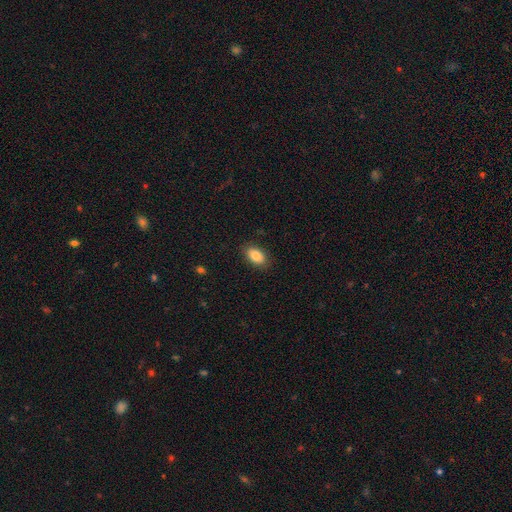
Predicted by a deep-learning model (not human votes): smooth-or-featured: smooth: 86% | star or artifact: 7% | featured or disk: 7%
  how-rounded: in between: 90% | round: 8% | cigar-shaped: 2%
  merging: none: 86% | minor disturbance: 10% | major disturbance: 3% | merger: 1%